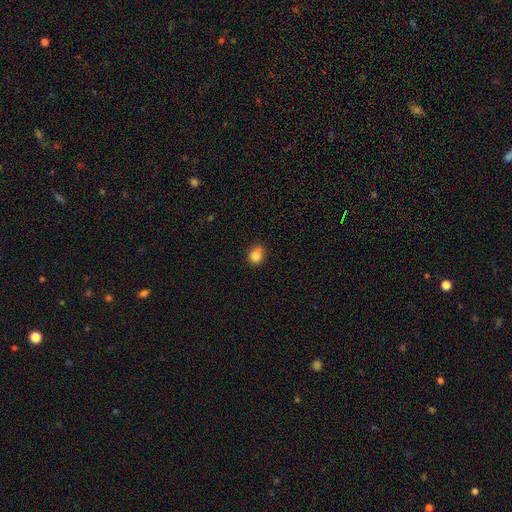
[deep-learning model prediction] This appears to be a smooth galaxy with no disk features (84%) that is round (59%). Merging: none (71%).